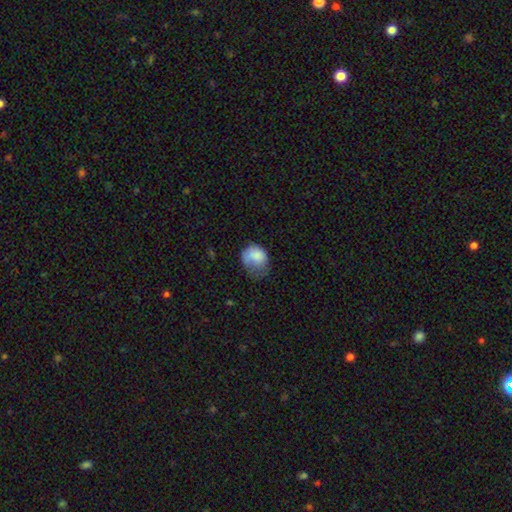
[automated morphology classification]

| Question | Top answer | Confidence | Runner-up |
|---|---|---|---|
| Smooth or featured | smooth | 79% | featured or disk (13%) |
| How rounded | round | 50% | in between (49%) |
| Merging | minor disturbance | 36% | major disturbance (35%) |